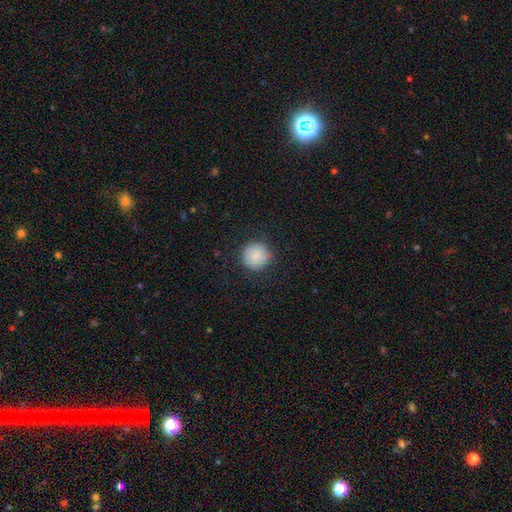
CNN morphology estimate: smooth-or-featured: smooth: 86% | star or artifact: 8% | featured or disk: 6%
  how-rounded: round: 94% | in between: 5% | cigar-shaped: 1%
  merging: none: 85% | minor disturbance: 11% | major disturbance: 3% | merger: 1%